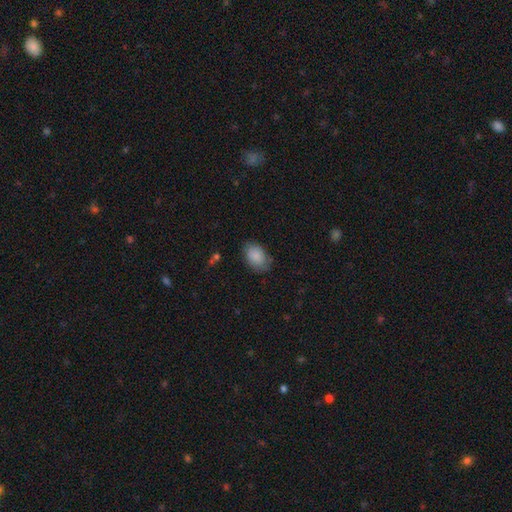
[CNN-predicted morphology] The model was most divided on "merging": none: 75%, minor disturbance: 20%, major disturbance: 4%, merger: 1%. More confident: how rounded — in between (87%); smooth or featured — smooth (86%).